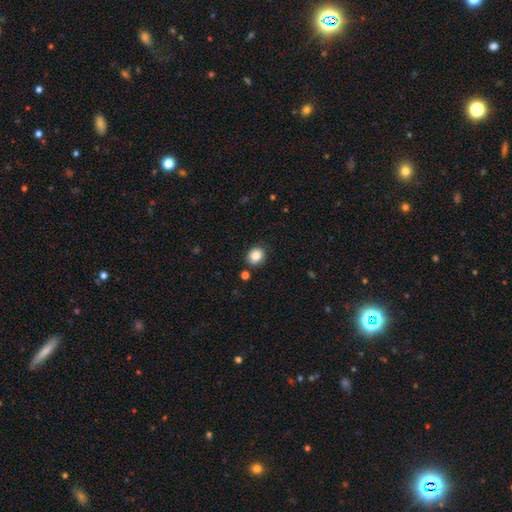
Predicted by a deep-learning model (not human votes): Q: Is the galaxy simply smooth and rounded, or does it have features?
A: smooth — 85%.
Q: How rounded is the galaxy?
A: round — 66%.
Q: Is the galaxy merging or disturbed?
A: none — 80%.